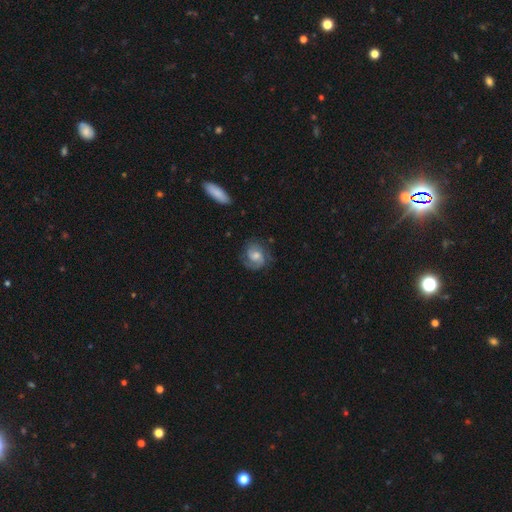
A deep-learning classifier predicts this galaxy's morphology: A featured or disk galaxy (68%) with no bar (61%), 2 (65%) medium (43%) spiral arms (93%) and a moderate central bulge (56%). Merging: none (70%).